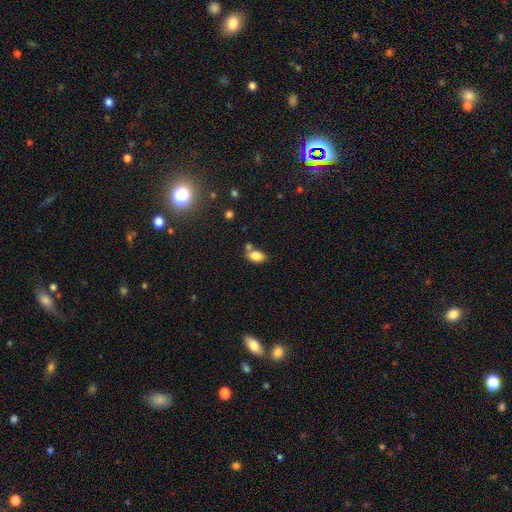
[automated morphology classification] smooth-or-featured: smooth: 84% | star or artifact: 9% | featured or disk: 7%
  how-rounded: in between: 90% | round: 8% | cigar-shaped: 2%
  merging: none: 56% | merger: 24% | minor disturbance: 16% | major disturbance: 4%